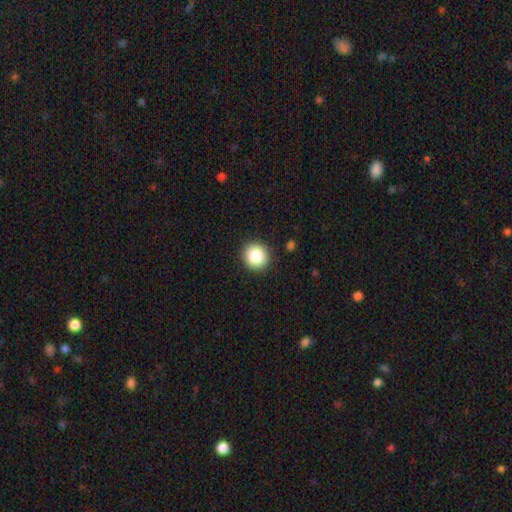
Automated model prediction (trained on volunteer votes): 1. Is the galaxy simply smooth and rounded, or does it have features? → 86% smooth, 9% star or artifact, 5% featured or disk.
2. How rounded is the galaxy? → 91% round, 8% in between, 1% cigar-shaped.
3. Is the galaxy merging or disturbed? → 91% none, 6% minor disturbance, 2% major disturbance, 1% merger.